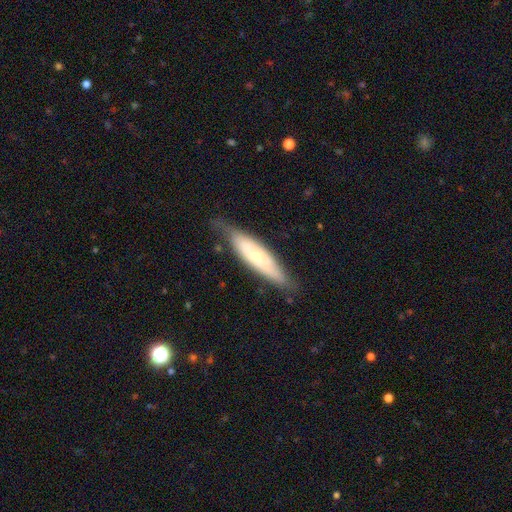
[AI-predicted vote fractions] Smooth or featured? Predicted: featured or disk (p=0.49). Merging? Predicted: none (p=0.69).